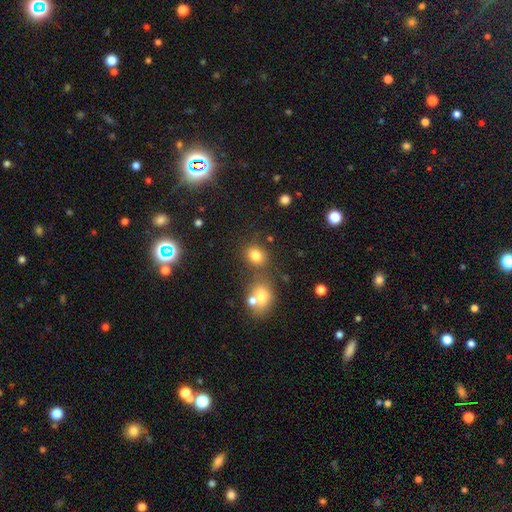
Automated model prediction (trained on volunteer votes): A smooth galaxy with no disk features (78%) that is round (56%). Merging: none (68%).